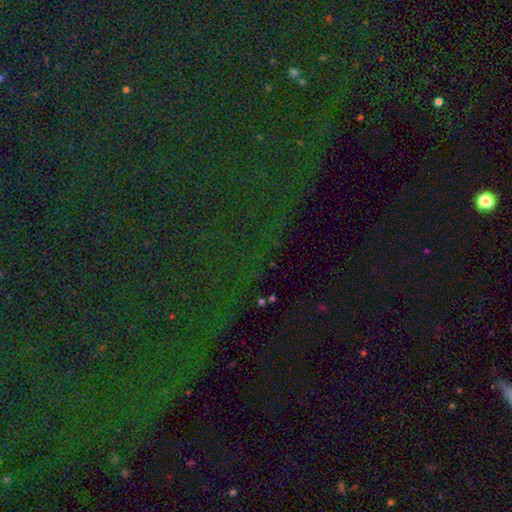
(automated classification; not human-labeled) A star or artifact, not a galaxy (85%).

Vote fractions:
- Smooth or featured? star or artifact: 85% / smooth: 8% / featured or disk: 8%